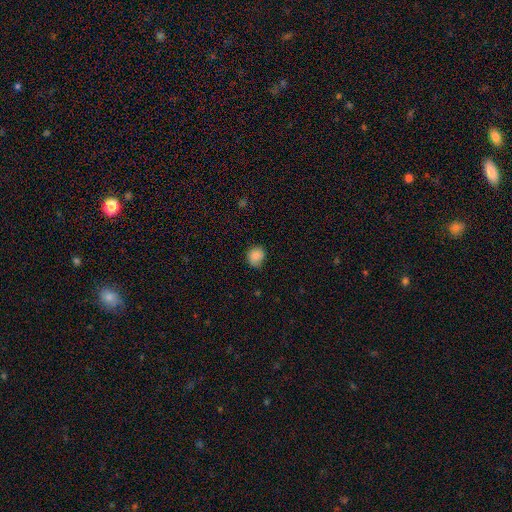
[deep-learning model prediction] Smooth or featured? smooth (86%)
How rounded? round (76%)
Merging? none (71%)